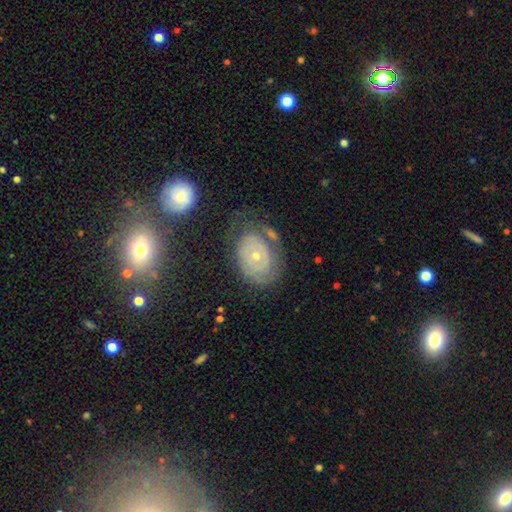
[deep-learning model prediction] featured or disk 60%, smooth 32%, star or artifact 9%. Down the decision tree: edge-on disk — no (95%); bar — no (86%); spiral arms — yes (58%); bulge size — small (63%); merging — none (58%).